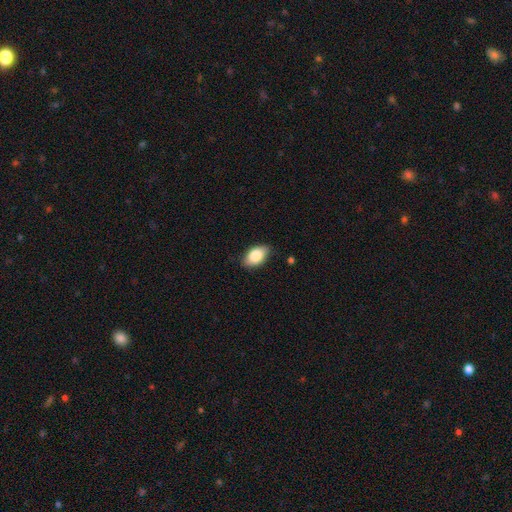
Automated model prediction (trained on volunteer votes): smooth 86%, featured or disk 8%, star or artifact 7%. Down the decision tree: how rounded — in between (92%); merging — none (81%).